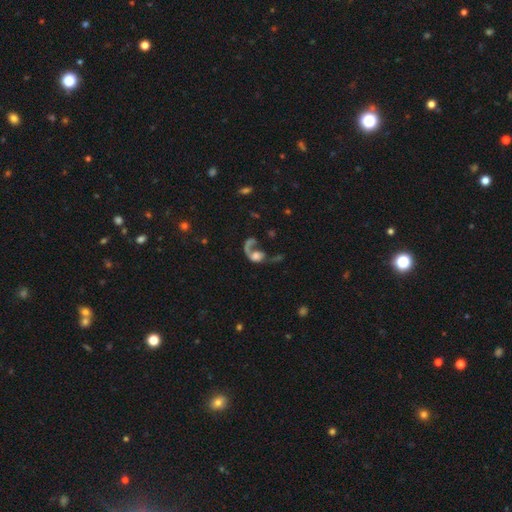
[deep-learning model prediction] A featured or disk galaxy (52%). Merging: major disturbance (46%).